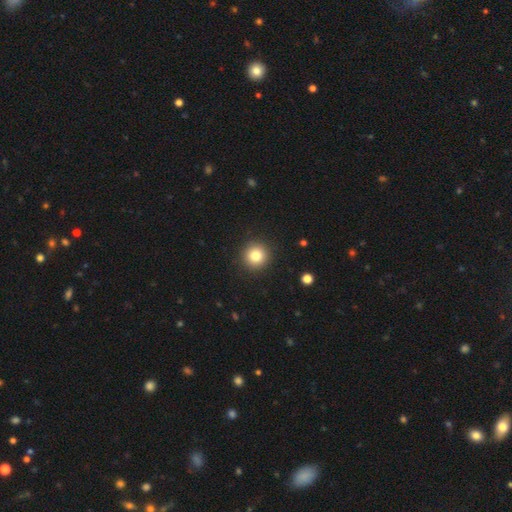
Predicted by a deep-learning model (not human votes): A smooth galaxy with no disk features (82%) that is round (95%). Merging: none (92%).